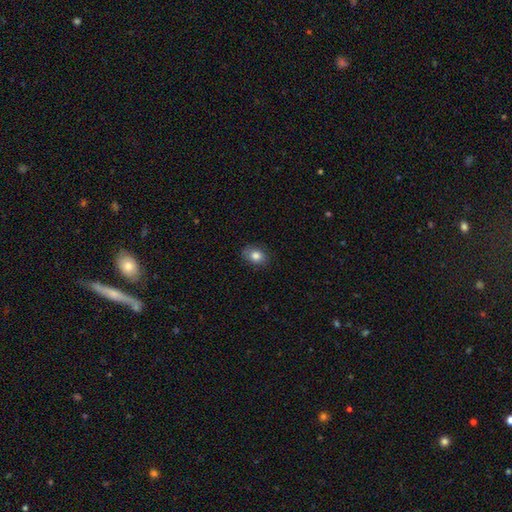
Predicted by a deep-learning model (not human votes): Q: Smooth or featured?
A: smooth (83%); runner-up: star or artifact (9%)
Q: How rounded?
A: in between (70%); runner-up: round (29%)
Q: Merging?
A: none (85%); runner-up: minor disturbance (12%)